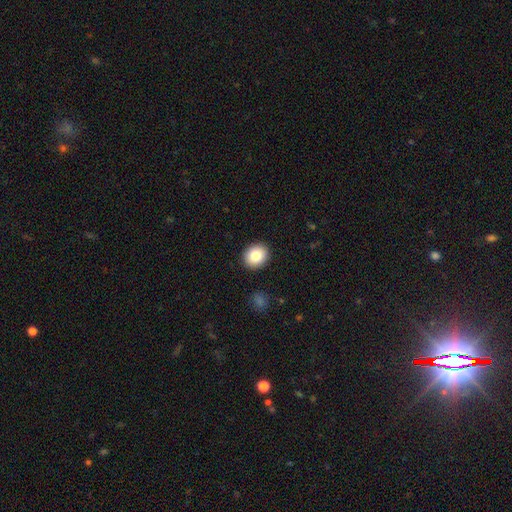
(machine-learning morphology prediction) type=smooth (84%); roundness=round (71%); merging=none (91%).